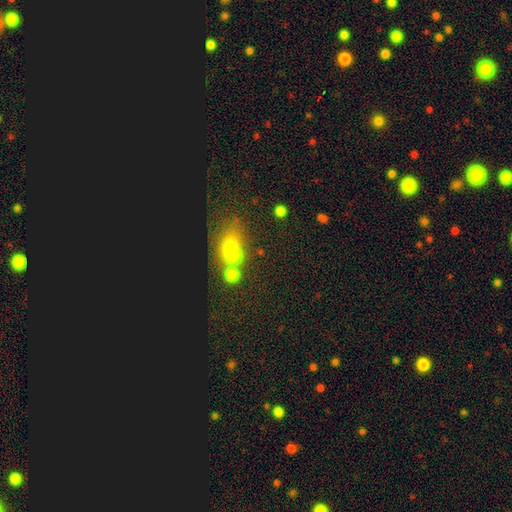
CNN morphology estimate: Smooth or featured? smooth (45%)
Merging? none (54%)